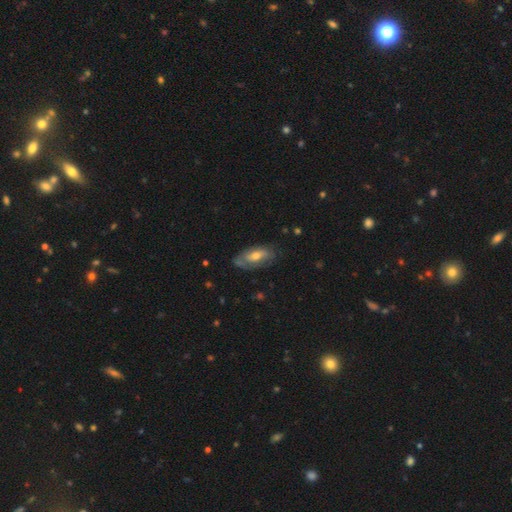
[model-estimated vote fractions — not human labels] Q: Smooth or featured?
A: featured or disk (50%); runner-up: smooth (44%)
Q: Merging?
A: none (68%); runner-up: minor disturbance (23%)